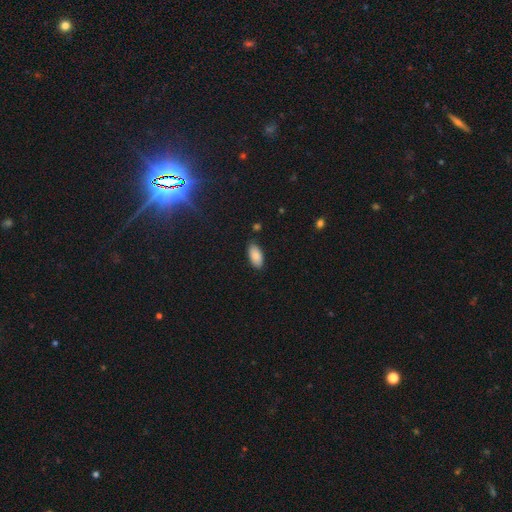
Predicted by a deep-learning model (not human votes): Smooth or featured? Predicted: smooth (p=0.87). How rounded? Predicted: in between (p=0.92). Merging? Predicted: none (p=0.84).